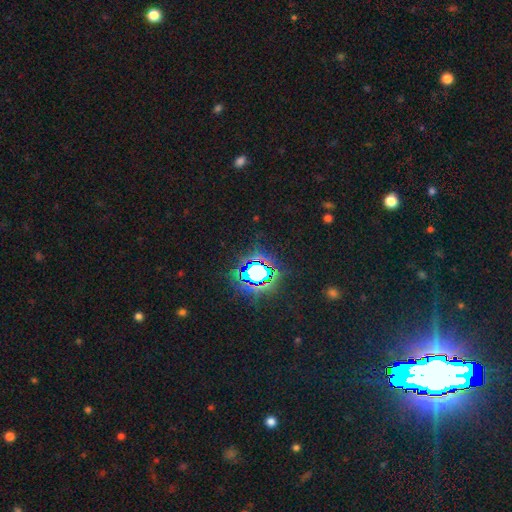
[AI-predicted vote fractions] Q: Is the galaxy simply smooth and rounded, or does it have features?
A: star or artifact — 78%.